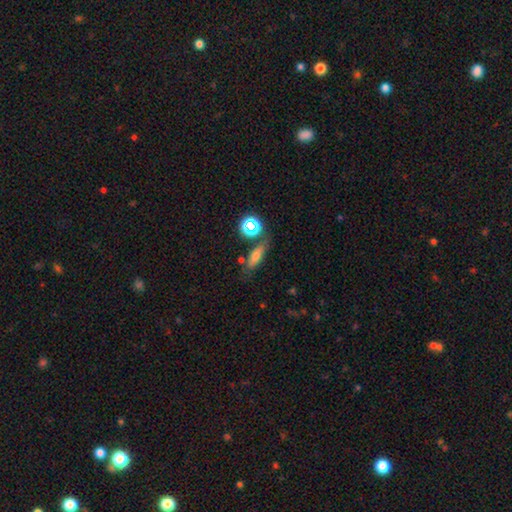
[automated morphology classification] A smooth galaxy with no disk features (68%) that is in between round and cigar-shaped (47%). Merging: none (68%).